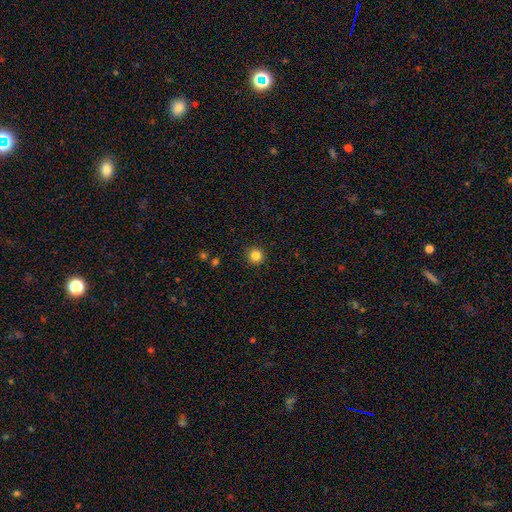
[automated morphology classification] Smooth or featured?
  - smooth: 84% *
  - star or artifact: 11%
  - featured or disk: 4%
How rounded?
  - round: 95% *
  - in between: 4%
  - cigar-shaped: 1%
Merging?
  - none: 92% *
  - minor disturbance: 5%
  - major disturbance: 2%
  - merger: 1%